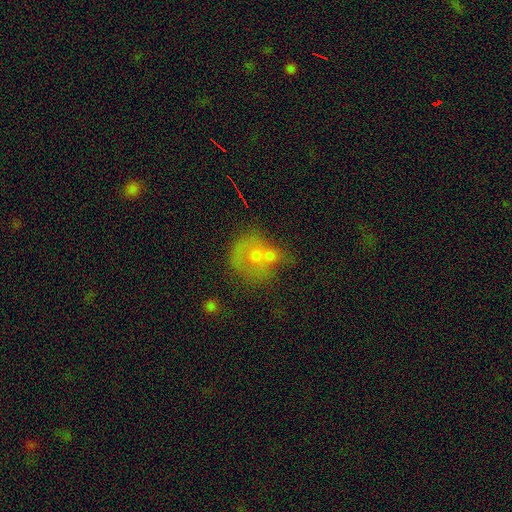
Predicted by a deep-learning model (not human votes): Smooth or featured? Predicted: smooth (p=0.49). Merging? Predicted: merger (p=0.47).